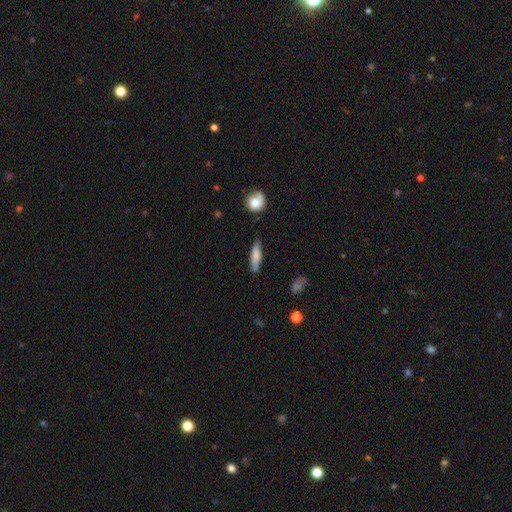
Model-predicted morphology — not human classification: A smooth galaxy with no disk features (72%) that is cigar-shaped (66%). Merging: none (73%).